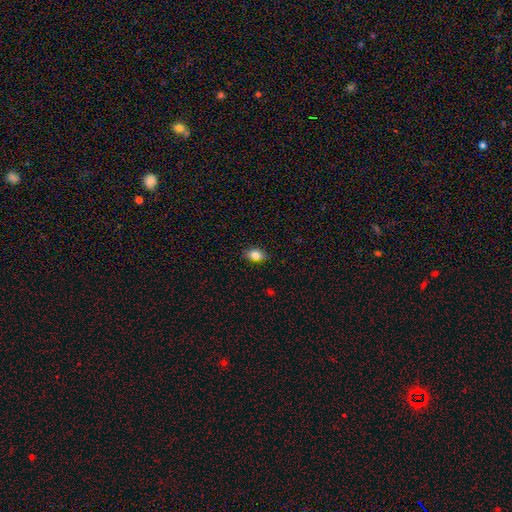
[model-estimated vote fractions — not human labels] Overall: smooth (84%). How rounded: in between (83%). Merging: none (86%).